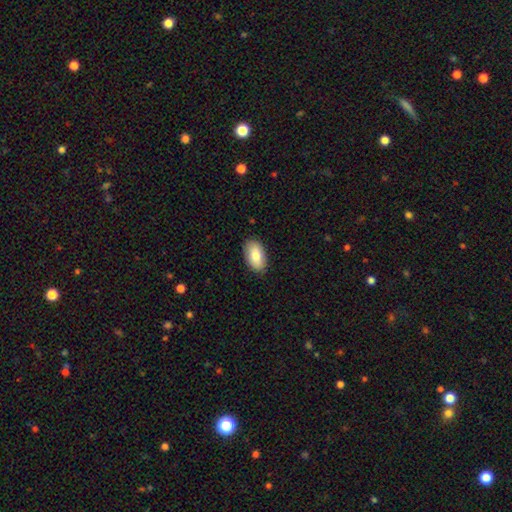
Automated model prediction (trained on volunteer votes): Smooth or featured? Predicted: smooth (p=0.83). How rounded? Predicted: in between (p=0.94). Merging? Predicted: none (p=0.88).